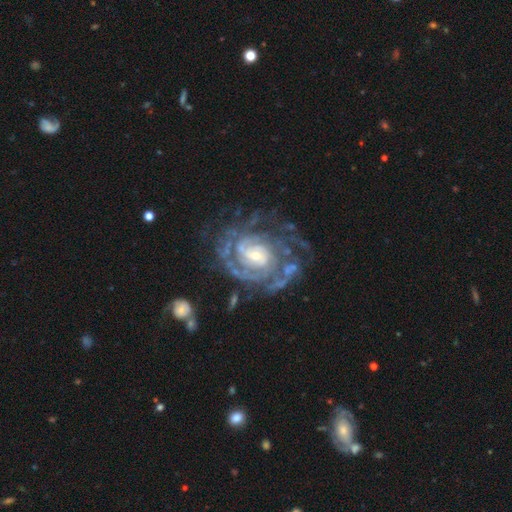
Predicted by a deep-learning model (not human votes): Q: Smooth or featured?
A: featured or disk (91%); runner-up: star or artifact (5%)
Q: Edge-on disk?
A: no (98%); runner-up: yes (2%)
Q: Bar?
A: no (57%); runner-up: weak (32%)
Q: Spiral arms?
A: yes (97%); runner-up: no (3%)
Q: Spiral winding?
A: tight (73%); runner-up: medium (23%)
Q: Spiral arm count?
A: can't tell (29%); runner-up: 2 (20%)
Q: Bulge size?
A: small (63%); runner-up: moderate (32%)
Q: Merging?
A: none (62%); runner-up: minor disturbance (19%)